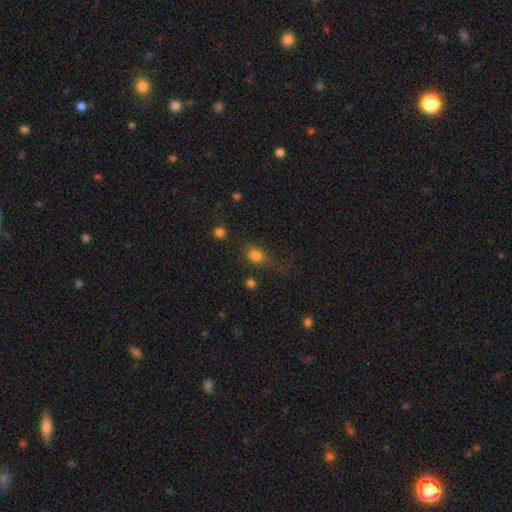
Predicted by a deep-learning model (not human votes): smooth_or_featured: smooth (p=0.79) [alt: star or artifact p=0.13]
how_rounded: in between (p=0.55) [alt: round p=0.43]
merging: none (p=0.56) [alt: minor disturbance p=0.23]